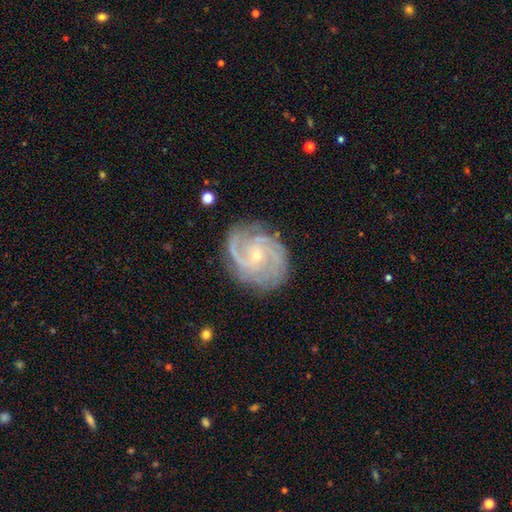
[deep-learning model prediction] Smooth or featured? Predicted: featured or disk (p=0.89). Edge-on disk? Predicted: no (p=0.98). Bar? Predicted: no (p=0.67). Spiral arms? Predicted: yes (p=0.98). Spiral winding? Predicted: tight (p=0.50). Spiral arm count? Predicted: 2 (p=0.30). Bulge size? Predicted: small (p=0.82). Merging? Predicted: none (p=0.77).